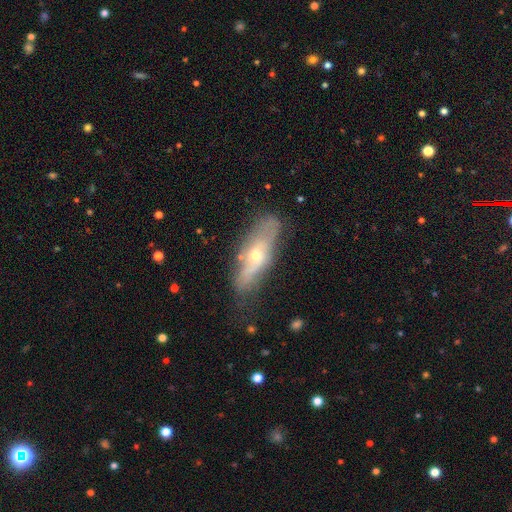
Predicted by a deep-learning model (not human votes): A featured or disk galaxy (58%). Merging: none (65%).